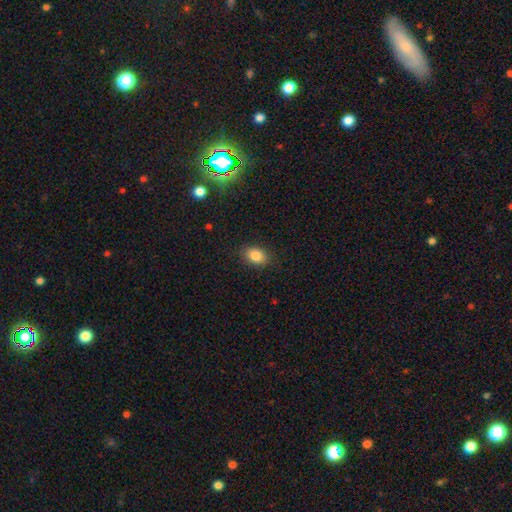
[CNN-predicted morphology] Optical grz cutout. It shows a smooth galaxy with no disk features (85%) that is in between round and cigar-shaped (73%). Merging: none (86%).